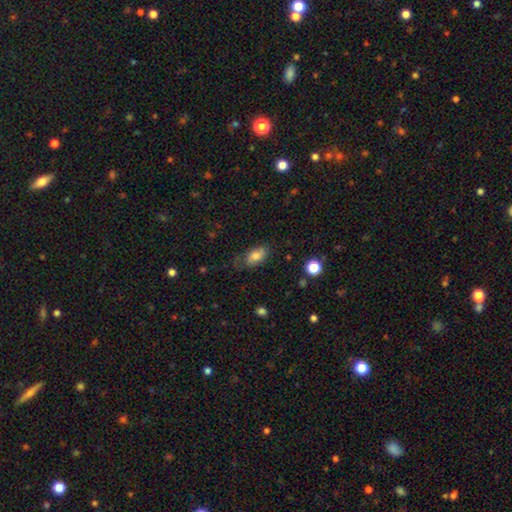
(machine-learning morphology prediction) type=smooth (75%); roundness=in between (88%); merging=none (58%).